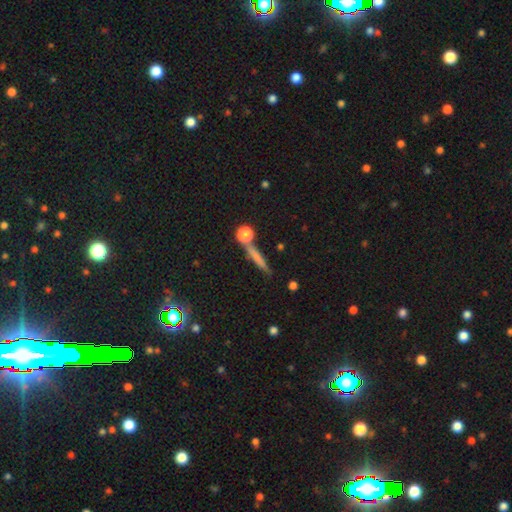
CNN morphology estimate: smooth 60%, featured or disk 26%, star or artifact 13%. Down the decision tree: how rounded — cigar-shaped (84%); merging — none (76%).